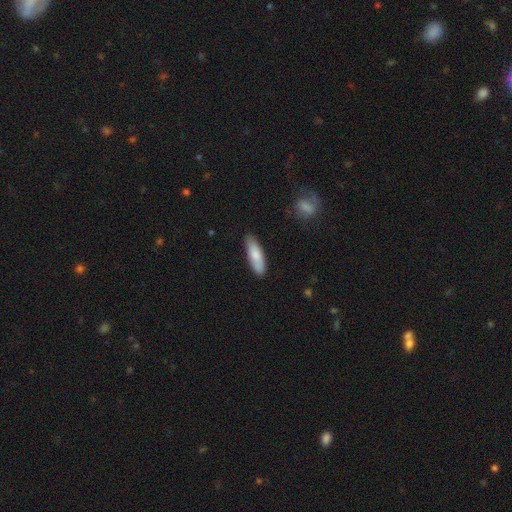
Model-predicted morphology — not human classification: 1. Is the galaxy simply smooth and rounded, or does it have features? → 79% smooth, 16% featured or disk, 6% star or artifact.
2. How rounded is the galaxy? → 53% in between, 45% cigar-shaped, 2% round.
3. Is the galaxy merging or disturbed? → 82% none, 14% minor disturbance, 2% major disturbance, 2% merger.